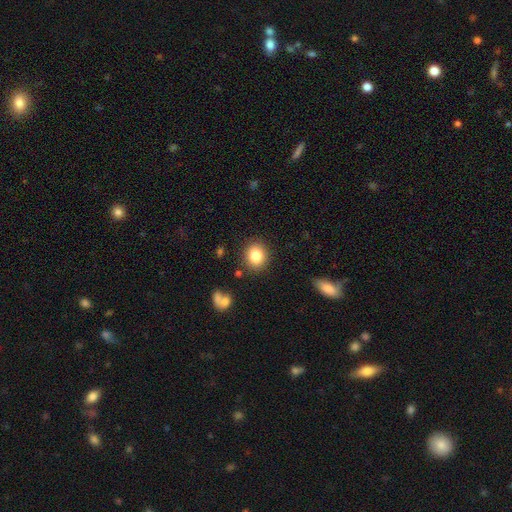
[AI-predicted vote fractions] Smooth or featured? Predicted: smooth (p=0.84). How rounded? Predicted: round (p=0.74). Merging? Predicted: none (p=0.86).